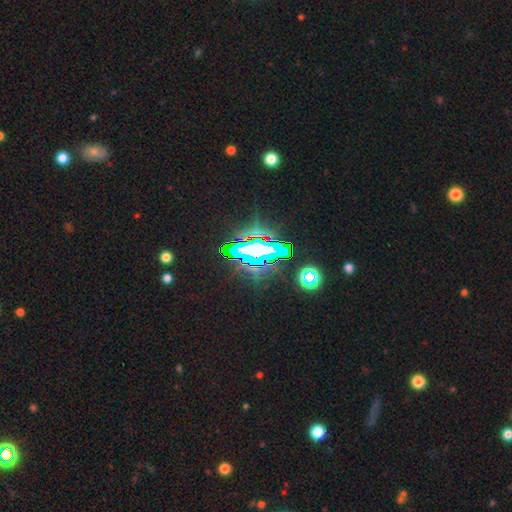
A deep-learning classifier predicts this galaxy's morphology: Q: Smooth or featured?
A: star or artifact (68%); runner-up: smooth (17%)